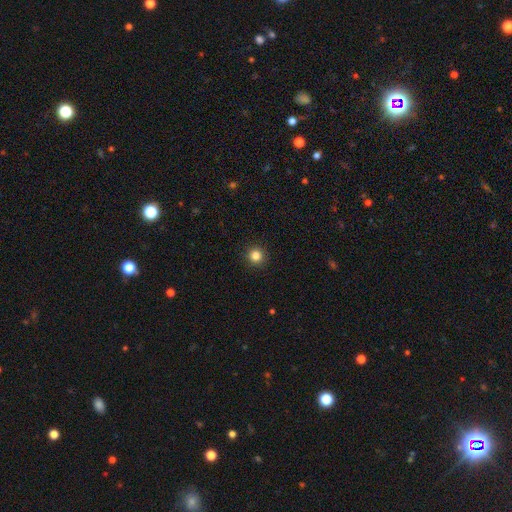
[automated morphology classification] Smooth or featured: smooth — 84% (star or artifact — 12%)
How rounded: round — 96% (in between — 3%)
Merging: none — 93% (minor disturbance — 4%)